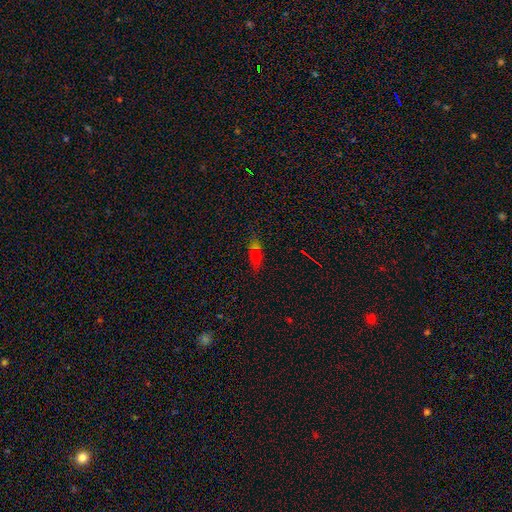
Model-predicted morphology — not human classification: smooth_or_featured: smooth (p=0.59) [alt: star or artifact p=0.21]
how_rounded: in between (p=0.62) [alt: cigar-shaped p=0.30]
merging: none (p=0.60) [alt: minor disturbance p=0.19]